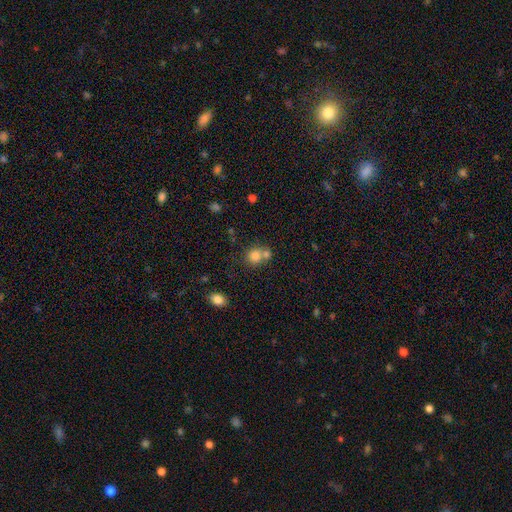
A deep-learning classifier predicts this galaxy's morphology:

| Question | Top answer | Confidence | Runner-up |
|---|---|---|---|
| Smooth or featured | smooth | 78% | star or artifact (12%) |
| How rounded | round | 80% | in between (19%) |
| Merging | merger | 45% | none (43%) |